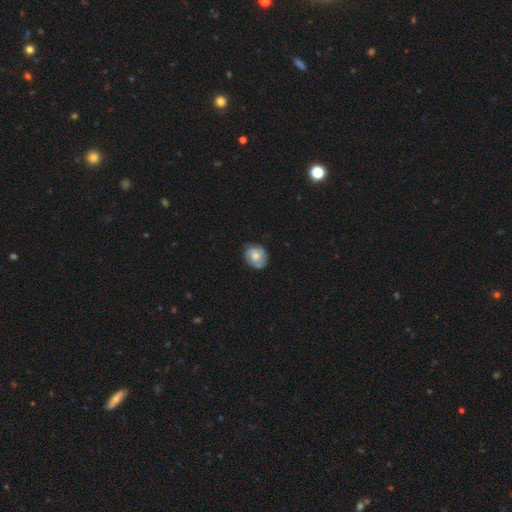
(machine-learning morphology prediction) A featured or disk galaxy (51%). Merging: none (74%).